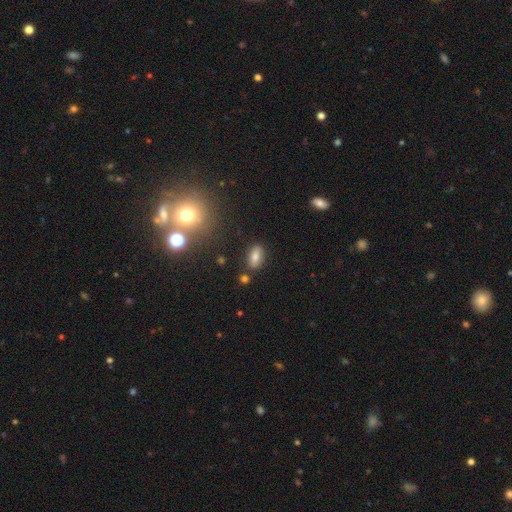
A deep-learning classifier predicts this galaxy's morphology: Overall: smooth (71%). How rounded: in between (84%). Merging: none (83%).